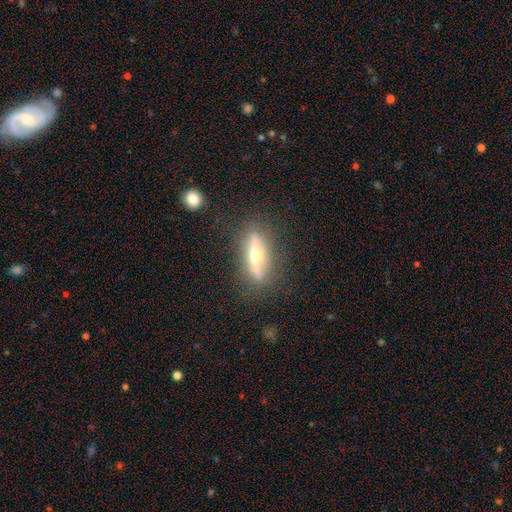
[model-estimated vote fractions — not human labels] This is likely a featured or disk galaxy (65%). It is clearly viewed edge-on (81%). Edge-on bulge: clearly rounded (92%). Merging: clearly none (81%).